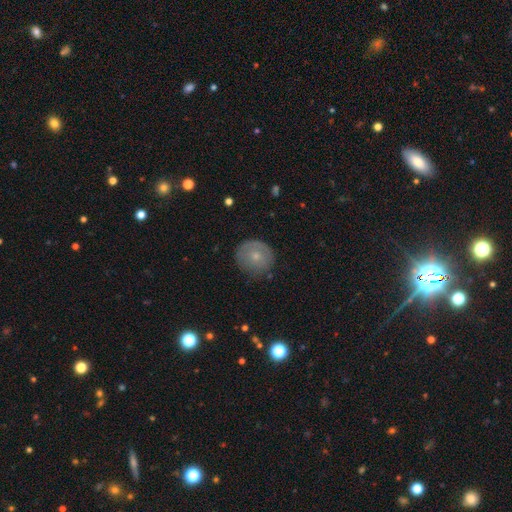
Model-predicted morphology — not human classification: Smooth or featured? Predicted: smooth (p=0.63). How rounded? Predicted: round (p=0.87). Merging? Predicted: none (p=0.75).